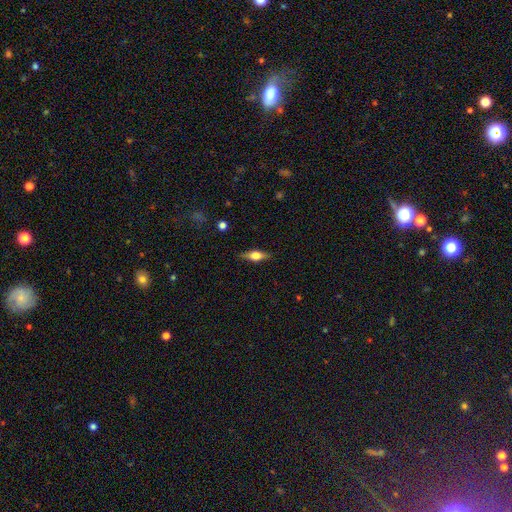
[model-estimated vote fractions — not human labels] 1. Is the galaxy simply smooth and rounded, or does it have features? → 48% smooth, 45% featured or disk, 7% star or artifact.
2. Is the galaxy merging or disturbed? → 86% none, 11% minor disturbance, 3% major disturbance, 1% merger.